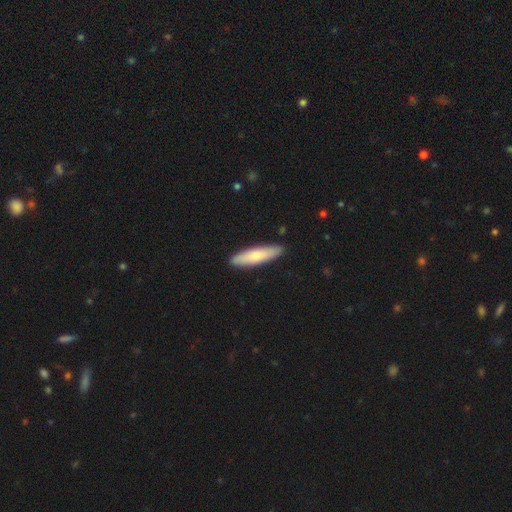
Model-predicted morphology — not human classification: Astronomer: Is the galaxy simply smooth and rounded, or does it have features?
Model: smooth — 71%.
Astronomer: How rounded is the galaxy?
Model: cigar-shaped — 74%.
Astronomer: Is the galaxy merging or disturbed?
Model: none — 89%.